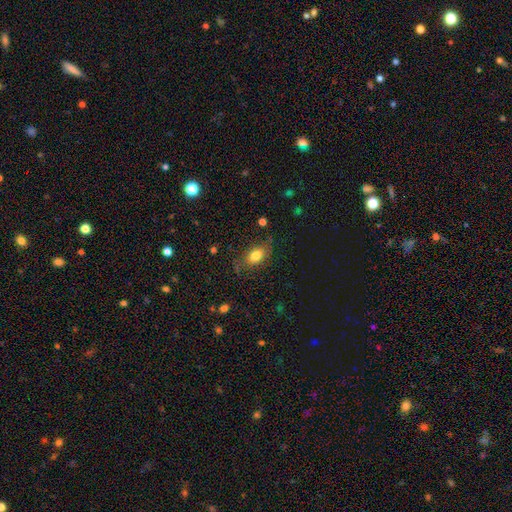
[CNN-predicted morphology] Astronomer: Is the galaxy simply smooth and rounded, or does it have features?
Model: smooth — 75%.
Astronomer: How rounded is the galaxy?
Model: in between — 84%.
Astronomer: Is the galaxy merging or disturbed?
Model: none — 71%.